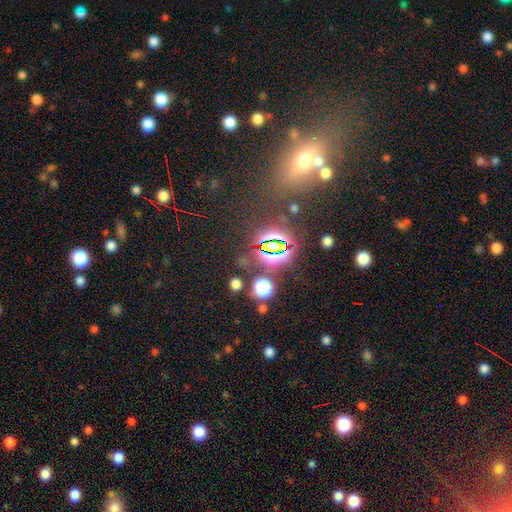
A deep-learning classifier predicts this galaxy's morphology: Q: Smooth or featured?
A: star or artifact (70%); runner-up: smooth (20%)